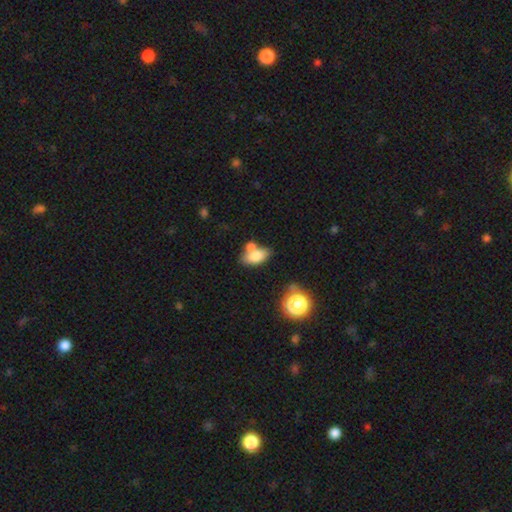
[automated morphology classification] Smooth or featured? smooth (76%)
How rounded? in between (88%)
Merging? none (50%)